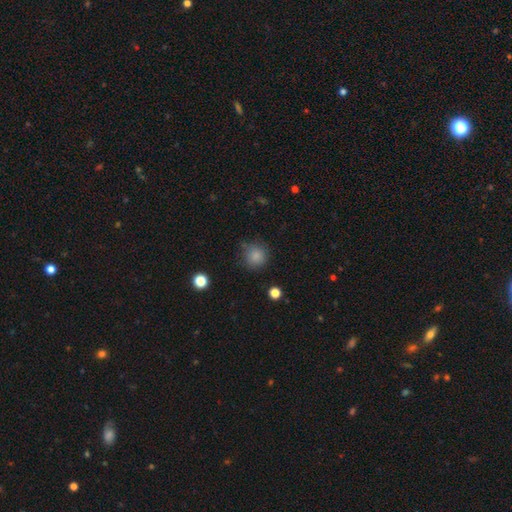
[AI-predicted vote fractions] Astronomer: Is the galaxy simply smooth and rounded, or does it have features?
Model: smooth — 84%.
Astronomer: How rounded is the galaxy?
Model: round — 93%.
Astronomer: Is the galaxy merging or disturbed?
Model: none — 79%.